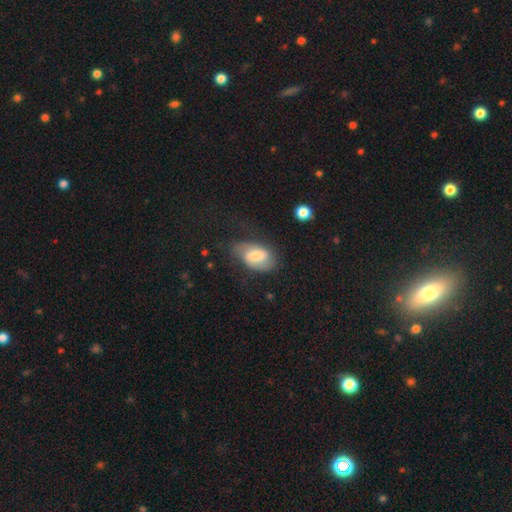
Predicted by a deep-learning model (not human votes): A smooth galaxy with no disk features (49%). Merging: none (49%).